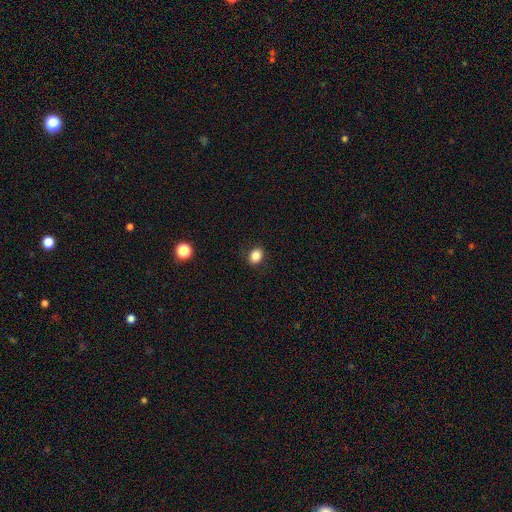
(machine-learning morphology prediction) type=smooth (84%); roundness=in between (55%); merging=none (87%).